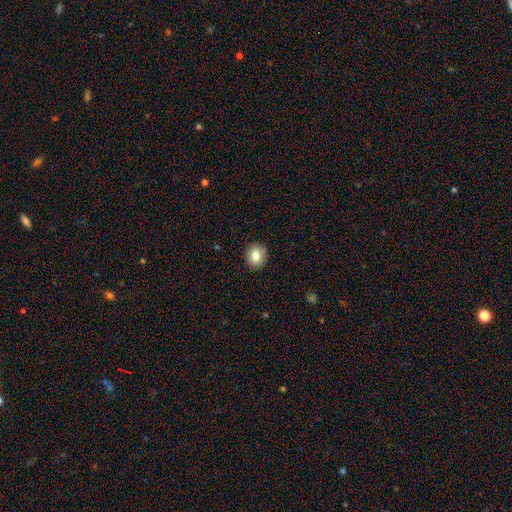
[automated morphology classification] smooth 82%, featured or disk 9%, star or artifact 9%. Down the decision tree: how rounded — round (70%); merging — none (90%).